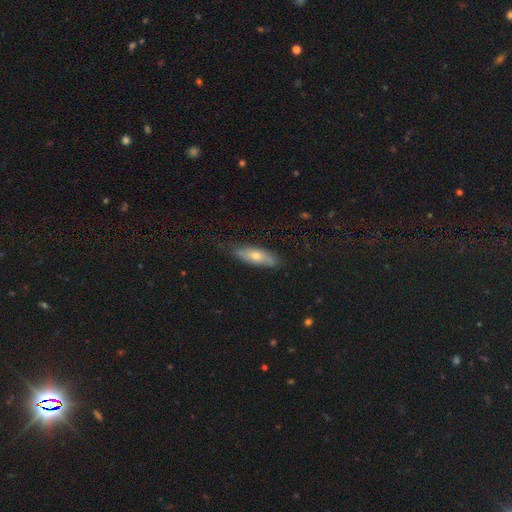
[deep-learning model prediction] Q: Smooth or featured?
A: smooth (55%); runner-up: featured or disk (37%)
Q: How rounded?
A: cigar-shaped (51%); runner-up: in between (47%)
Q: Merging?
A: none (73%); runner-up: minor disturbance (22%)